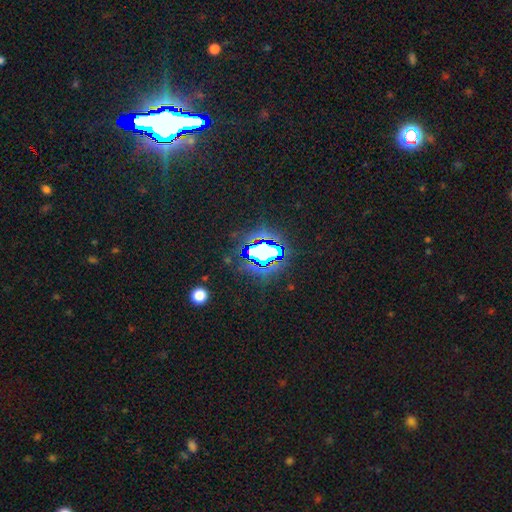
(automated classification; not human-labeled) smooth_or_featured: star or artifact (p=0.79) [alt: smooth p=0.12]